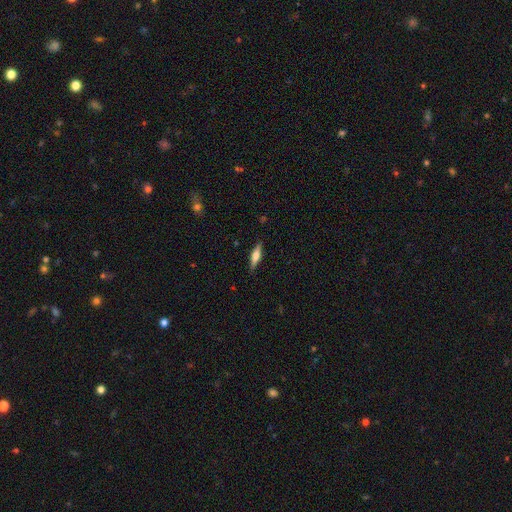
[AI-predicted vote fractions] This appears to be a smooth galaxy with no disk features (48%). Merging: none (87%).